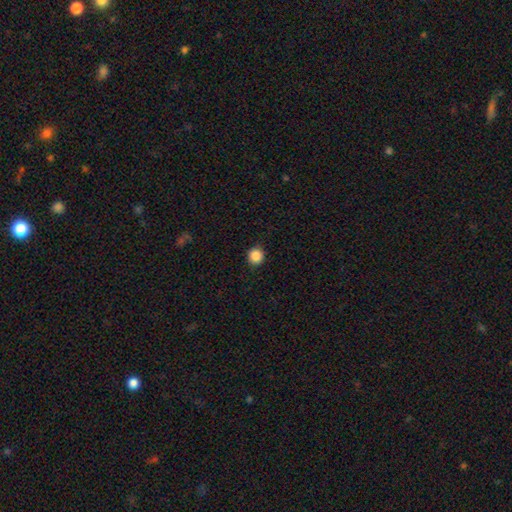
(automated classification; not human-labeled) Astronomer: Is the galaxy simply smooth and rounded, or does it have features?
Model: smooth — 87%.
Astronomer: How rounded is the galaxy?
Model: round — 91%.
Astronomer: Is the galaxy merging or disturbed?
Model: none — 92%.